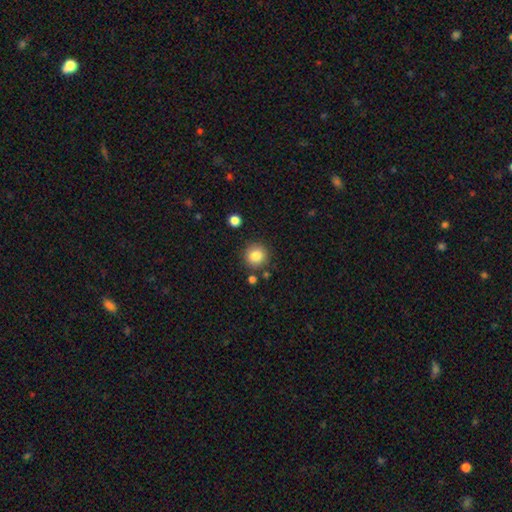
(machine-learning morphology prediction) smooth-or-featured: smooth: 84% | star or artifact: 10% | featured or disk: 6%
  how-rounded: round: 92% | in between: 7% | cigar-shaped: 1%
  merging: none: 85% | minor disturbance: 8% | merger: 4% | major disturbance: 3%